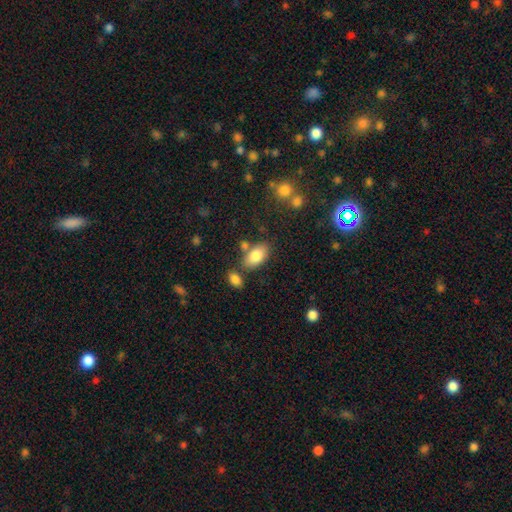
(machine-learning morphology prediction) type=smooth (84%); roundness=in between (93%); merging=none (71%).